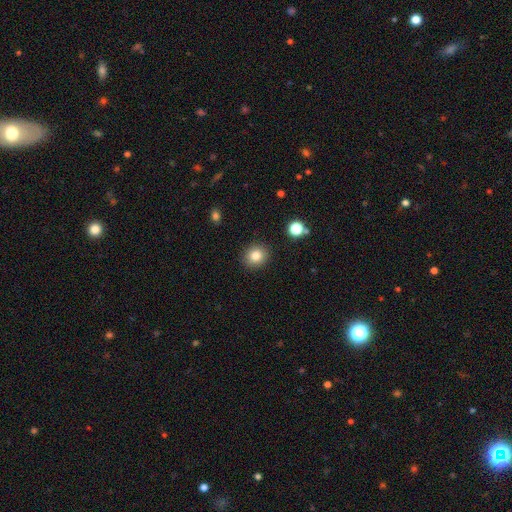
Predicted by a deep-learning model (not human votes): smooth-or-featured: smooth: 82% | star or artifact: 11% | featured or disk: 7%
  how-rounded: round: 81% | in between: 18% | cigar-shaped: 1%
  merging: none: 90% | minor disturbance: 6% | major disturbance: 2% | merger: 1%